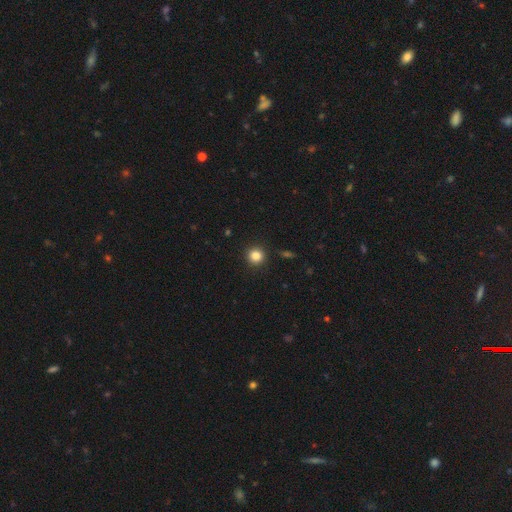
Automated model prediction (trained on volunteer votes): A smooth galaxy with no disk features (84%) that is round (92%).

Vote fractions:
- Smooth or featured? smooth: 84% / star or artifact: 12% / featured or disk: 4%
- How rounded? round: 92% / in between: 7% / cigar-shaped: 1%
- Merging? none: 92% / minor disturbance: 5% / major disturbance: 2% / merger: 1%